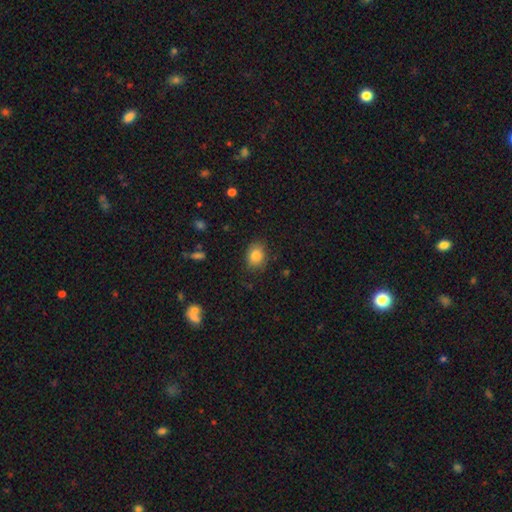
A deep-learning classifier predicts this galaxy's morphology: The model was most divided on "how rounded": in between: 60%, round: 39%, cigar-shaped: 1%. More confident: smooth or featured — smooth (86%); merging — none (80%).